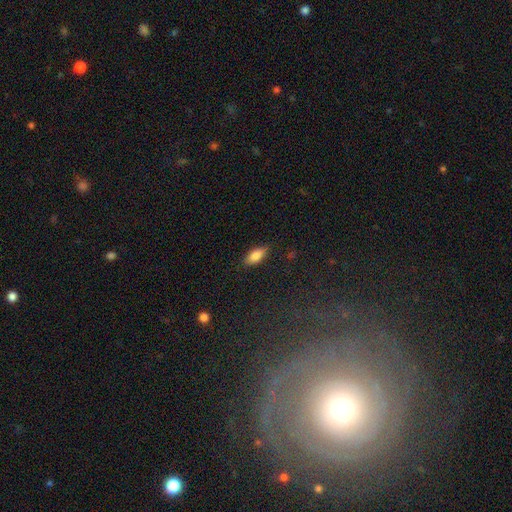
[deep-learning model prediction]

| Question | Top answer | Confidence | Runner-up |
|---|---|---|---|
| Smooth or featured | smooth | 84% | featured or disk (9%) |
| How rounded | in between | 85% | cigar-shaped (13%) |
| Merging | none | 84% | minor disturbance (12%) |